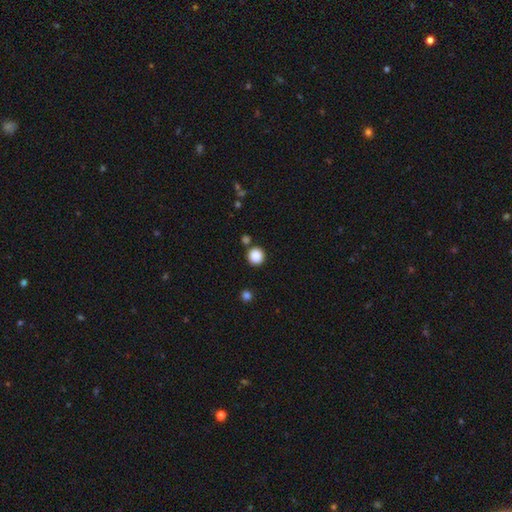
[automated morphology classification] A smooth galaxy with no disk features (86%) that is round (94%).

Vote fractions:
- Smooth or featured? smooth: 86% / star or artifact: 10% / featured or disk: 4%
- How rounded? round: 94% / in between: 5% / cigar-shaped: 1%
- Merging? none: 86% / minor disturbance: 6% / merger: 6% / major disturbance: 2%